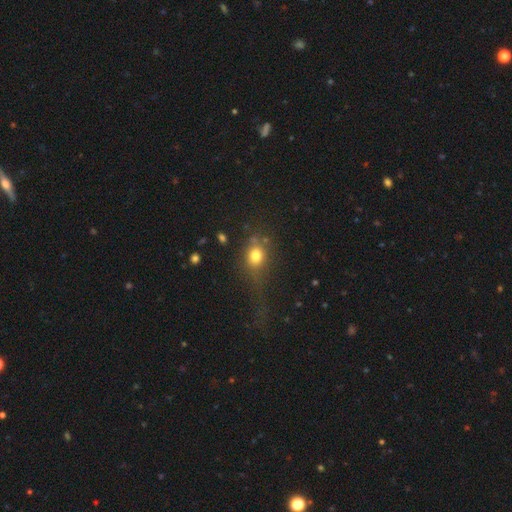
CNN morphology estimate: The model was most divided on "how rounded": round: 62%, in between: 36%, cigar-shaped: 2%. More confident: smooth or featured — smooth (77%); merging — none (50%).